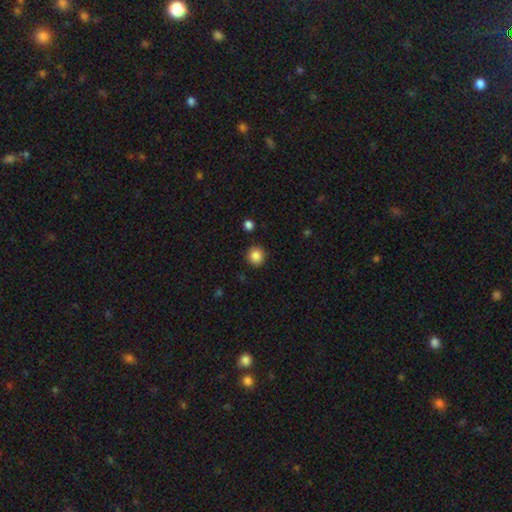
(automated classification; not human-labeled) A smooth galaxy with no disk features (86%) that is round (92%). Merging: none (90%).